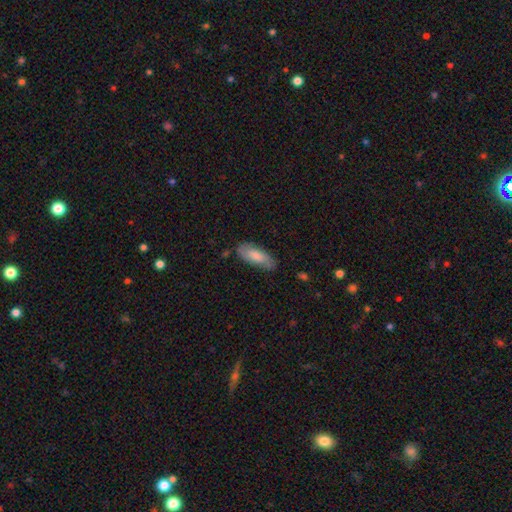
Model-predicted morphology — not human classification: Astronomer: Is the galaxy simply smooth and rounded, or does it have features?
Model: smooth — 74%.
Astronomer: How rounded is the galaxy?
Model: in between — 79%.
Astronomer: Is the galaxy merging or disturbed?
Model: none — 72%.